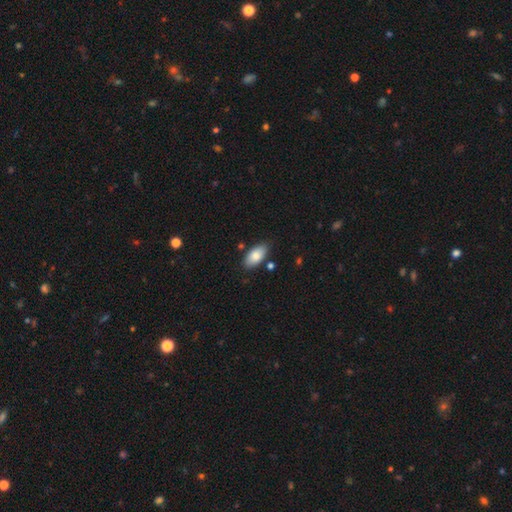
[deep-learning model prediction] smooth 83%, featured or disk 10%, star or artifact 6%. Down the decision tree: how rounded — in between (93%); merging — none (82%).